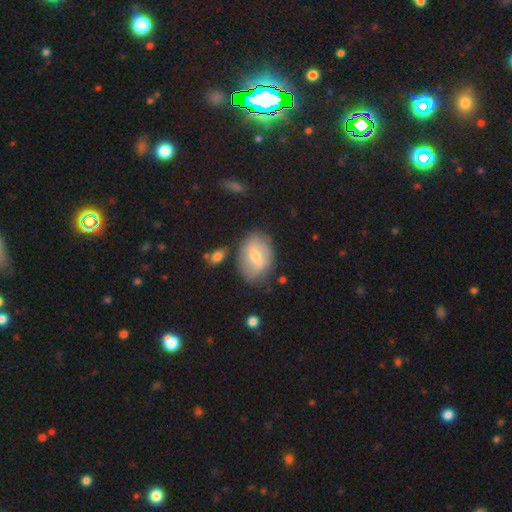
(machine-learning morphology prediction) A featured or disk galaxy (54%) with a weak bar (53%), spiral arms (66%) and a moderate central bulge (49%). Merging: none (71%).